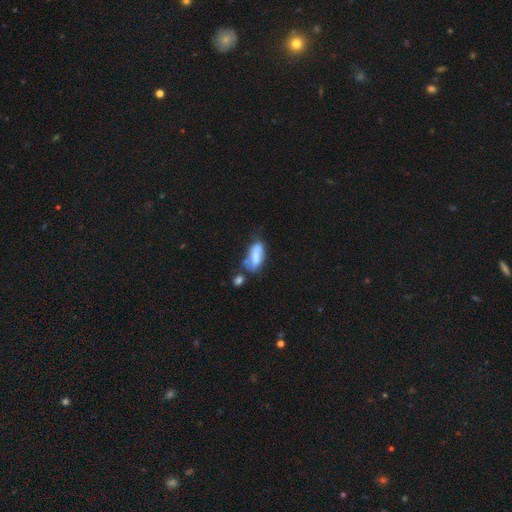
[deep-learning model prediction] This is possibly a smooth galaxy (59%). How rounded: clearly in between (86%). Merging: marginally none (37%).